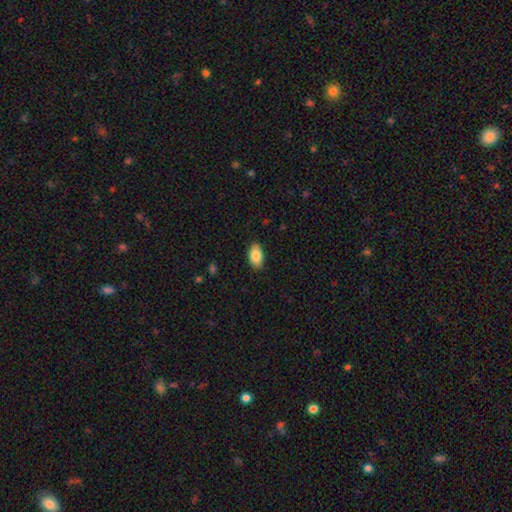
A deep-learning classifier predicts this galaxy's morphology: smooth-or-featured: smooth: 85% | featured or disk: 8% | star or artifact: 7%
  how-rounded: in between: 93% | round: 5% | cigar-shaped: 2%
  merging: none: 87% | minor disturbance: 10% | major disturbance: 2% | merger: 1%